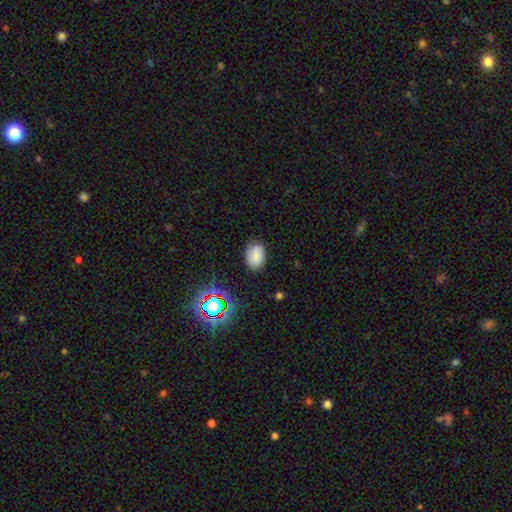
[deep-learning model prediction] smooth-or-featured: smooth: 74% | featured or disk: 14% | star or artifact: 12%
  how-rounded: in between: 81% | round: 18% | cigar-shaped: 1%
  merging: none: 75% | minor disturbance: 19% | major disturbance: 4% | merger: 2%